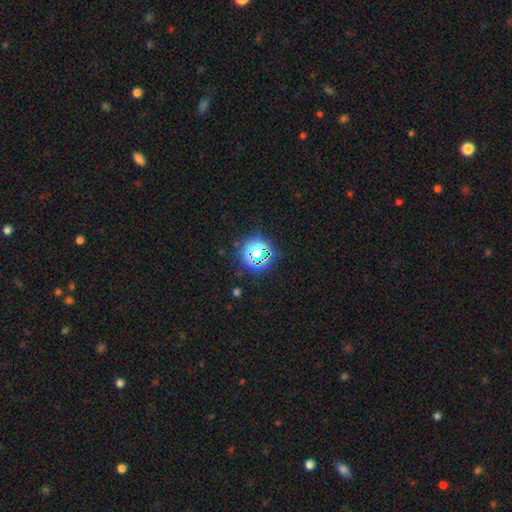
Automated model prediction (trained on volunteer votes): smooth_or_featured: star or artifact (p=0.73) [alt: smooth p=0.20]